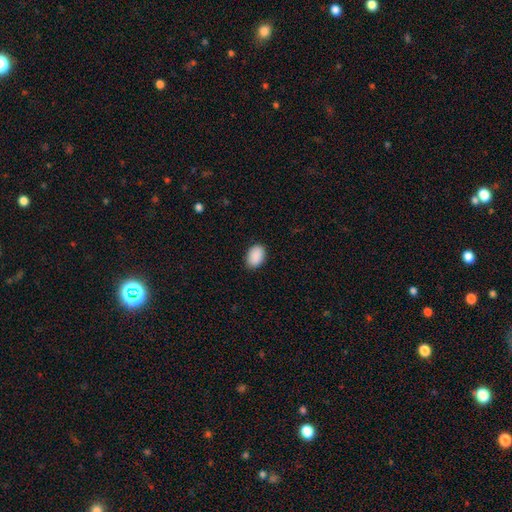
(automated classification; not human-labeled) Q: Smooth or featured?
A: smooth (91%); runner-up: star or artifact (7%)
Q: How rounded?
A: in between (87%); runner-up: round (12%)
Q: Merging?
A: none (88%); runner-up: minor disturbance (9%)